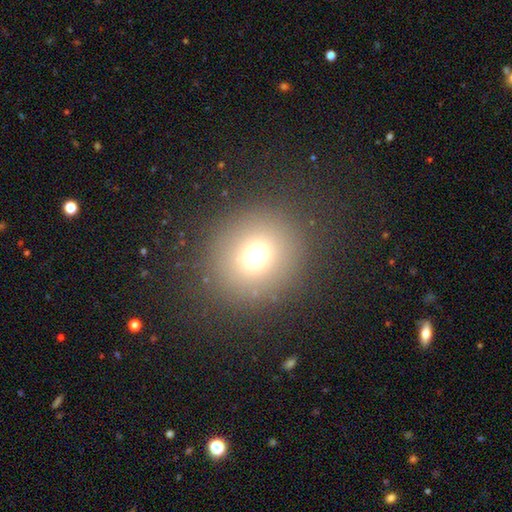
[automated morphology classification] Smooth or featured? Predicted: smooth (p=0.69). How rounded? Predicted: round (p=0.90). Merging? Predicted: none (p=0.86).